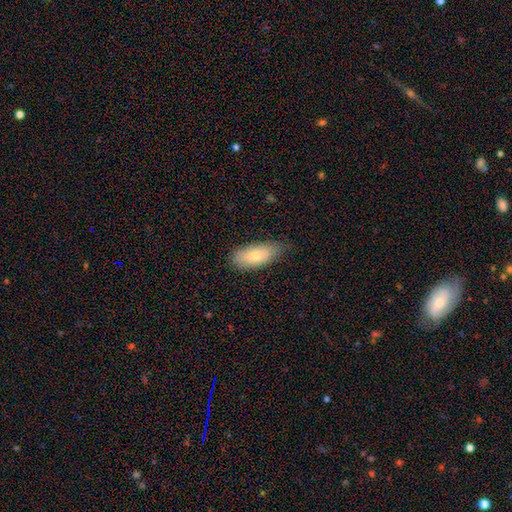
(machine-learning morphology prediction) Smooth or featured: smooth — 72% (featured or disk — 22%)
How rounded: in between — 86% (cigar-shaped — 11%)
Merging: none — 70% (minor disturbance — 24%)